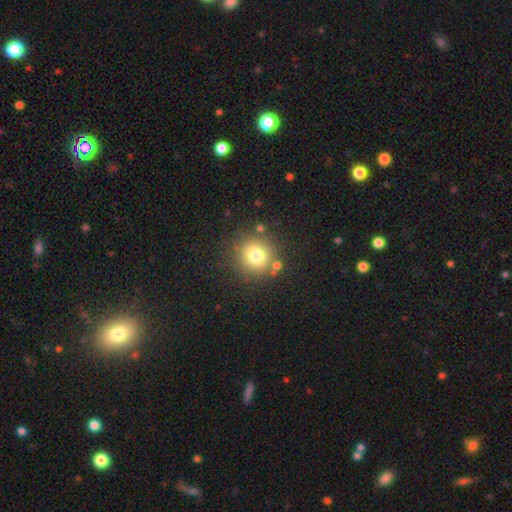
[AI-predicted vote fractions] Smooth or featured: smooth — 76% (star or artifact — 14%)
How rounded: round — 92% (in between — 7%)
Merging: none — 82% (minor disturbance — 9%)